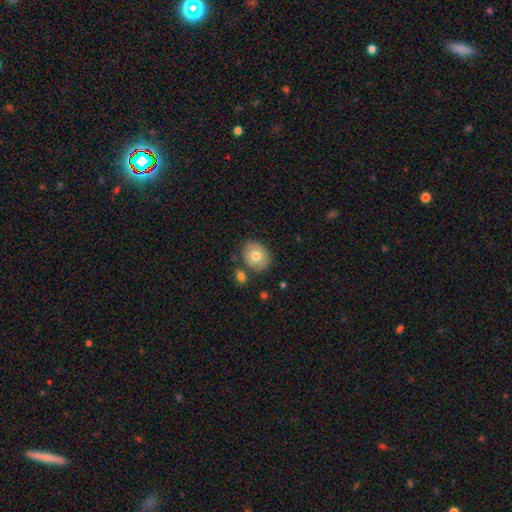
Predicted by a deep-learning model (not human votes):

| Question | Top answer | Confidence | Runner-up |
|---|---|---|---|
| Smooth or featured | smooth | 76% | featured or disk (16%) |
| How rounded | round | 51% | in between (49%) |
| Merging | none | 78% | minor disturbance (12%) |